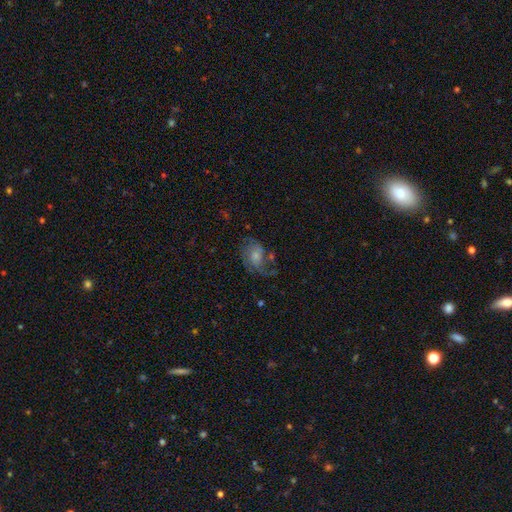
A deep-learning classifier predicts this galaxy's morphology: Smooth or featured? Predicted: featured or disk (p=0.65). Edge-on disk? Predicted: no (p=0.97). Bar? Predicted: no (p=0.65). Spiral arms? Predicted: yes (p=0.88). Spiral winding? Predicted: medium (p=0.45). Spiral arm count? Predicted: 2 (p=0.54). Bulge size? Predicted: moderate (p=0.48). Merging? Predicted: none (p=0.59).